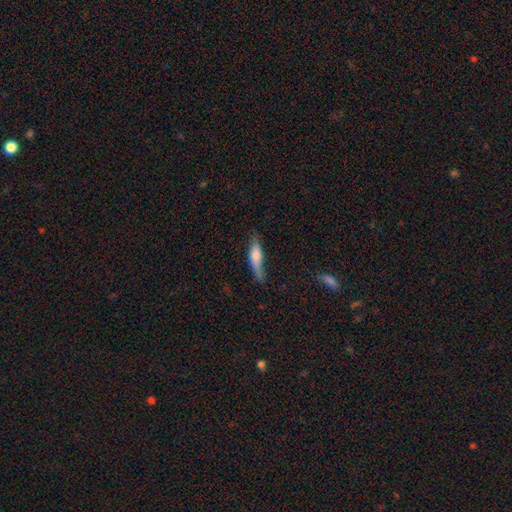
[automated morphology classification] smooth 60%, featured or disk 34%, star or artifact 7%. Down the decision tree: how rounded — cigar-shaped (68%); merging — none (52%).